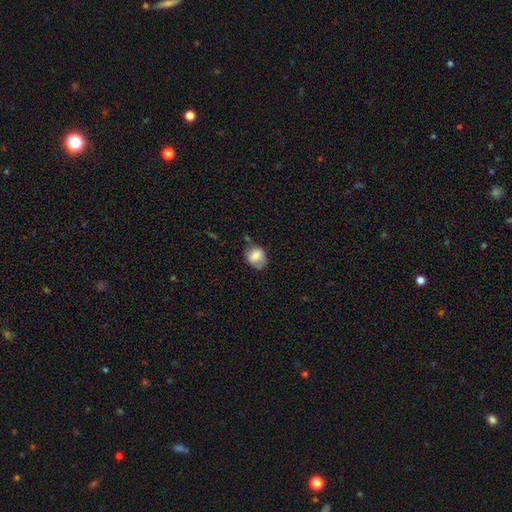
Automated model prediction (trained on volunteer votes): A smooth galaxy with no disk features (81%) that is round (57%).

Vote fractions:
- Smooth or featured? smooth: 81% / featured or disk: 11% / star or artifact: 8%
- How rounded? round: 57% / in between: 42% / cigar-shaped: 1%
- Merging? none: 58% / minor disturbance: 30% / major disturbance: 7% / merger: 5%